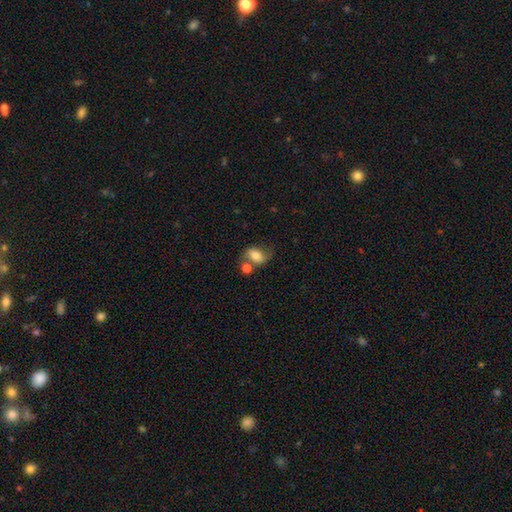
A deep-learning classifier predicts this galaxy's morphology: Q: Smooth or featured?
A: smooth (60%); runner-up: featured or disk (30%)
Q: How rounded?
A: in between (74%); runner-up: round (24%)
Q: Merging?
A: none (41%); runner-up: merger (31%)